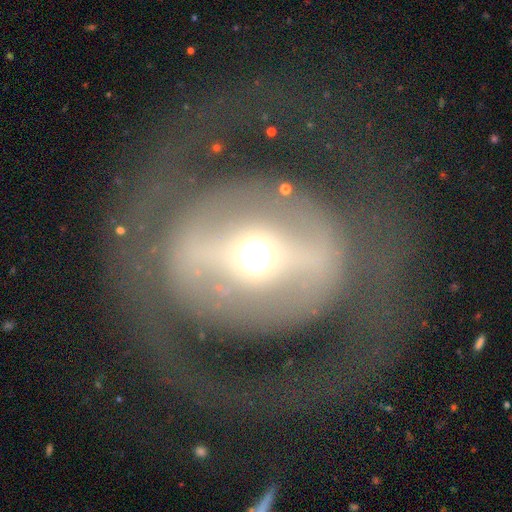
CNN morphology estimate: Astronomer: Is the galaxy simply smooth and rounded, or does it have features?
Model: featured or disk — 70%.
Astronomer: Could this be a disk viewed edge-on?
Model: no — 92%.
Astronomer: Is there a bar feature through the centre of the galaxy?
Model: strong — 53%.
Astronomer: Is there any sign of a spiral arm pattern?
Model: no — 64%.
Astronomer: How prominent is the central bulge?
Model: moderate — 60%.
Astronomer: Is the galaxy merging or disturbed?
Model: none — 66%.